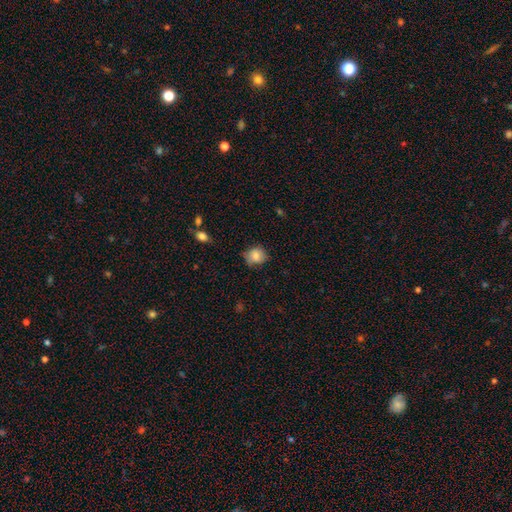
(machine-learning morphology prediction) Overall: smooth (82%). How rounded: round (75%). Merging: none (71%).